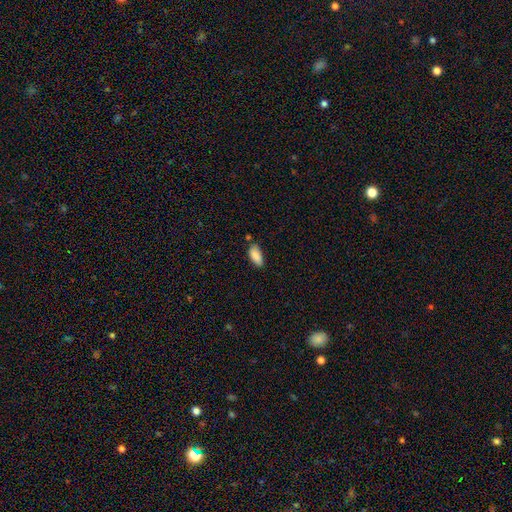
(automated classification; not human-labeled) Smooth or featured: smooth — 87% (star or artifact — 7%)
How rounded: in between — 87% (cigar-shaped — 11%)
Merging: none — 71% (minor disturbance — 20%)